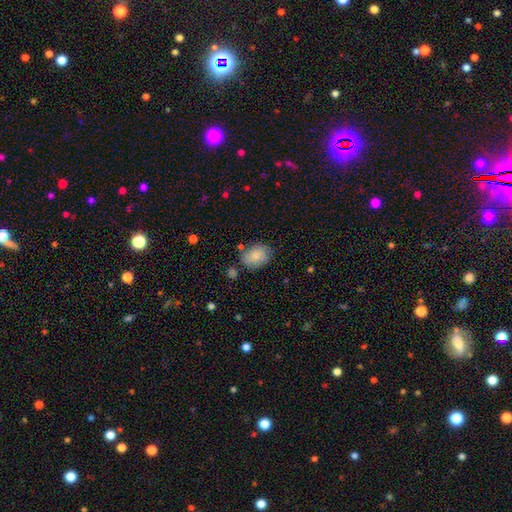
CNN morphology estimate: Smooth or featured: smooth — 79% (featured or disk — 14%)
How rounded: in between — 68% (round — 31%)
Merging: none — 69% (minor disturbance — 21%)